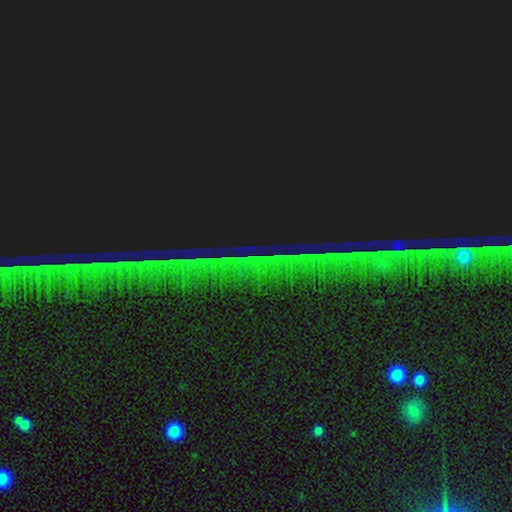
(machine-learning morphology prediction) Smooth or featured: star or artifact — 85% (featured or disk — 8%)